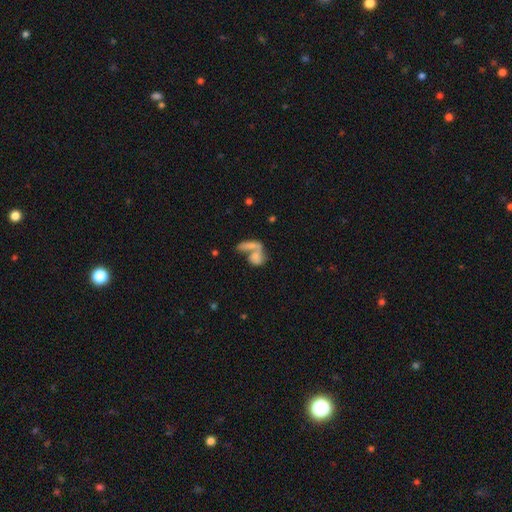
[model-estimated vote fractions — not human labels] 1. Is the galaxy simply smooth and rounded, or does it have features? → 57% smooth, 31% featured or disk, 12% star or artifact.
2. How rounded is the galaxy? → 63% in between, 26% round, 10% cigar-shaped.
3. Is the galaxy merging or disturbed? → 59% merger, 24% none, 9% major disturbance, 8% minor disturbance.